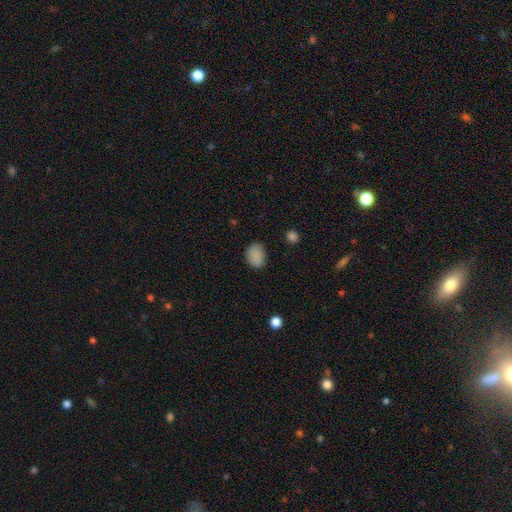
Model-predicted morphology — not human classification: Q: Smooth or featured?
A: smooth (87%); runner-up: star or artifact (9%)
Q: How rounded?
A: in between (68%); runner-up: round (31%)
Q: Merging?
A: none (79%); runner-up: minor disturbance (16%)